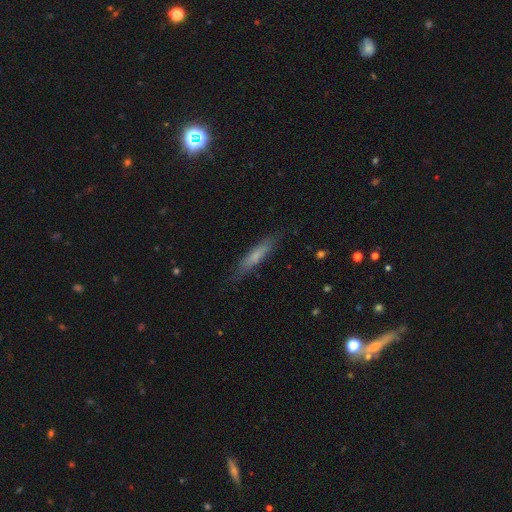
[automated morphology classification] The model was most divided on "smooth or featured": smooth: 63%, featured or disk: 29%, star or artifact: 7%. More confident: how rounded — cigar-shaped (87%); merging — none (82%).